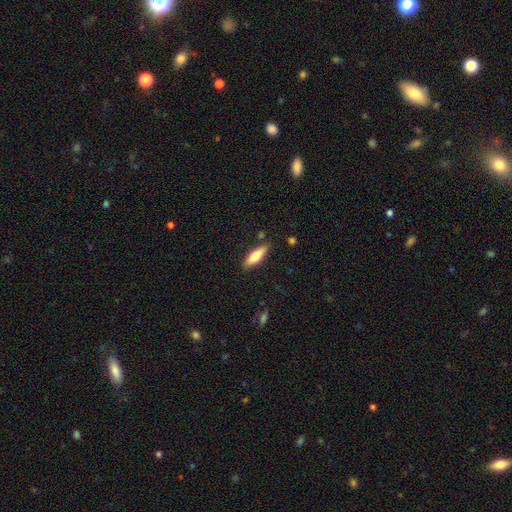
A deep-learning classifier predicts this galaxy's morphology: The model was most divided on "how rounded": in between: 50%, cigar-shaped: 48%, round: 2%. More confident: merging — none (84%); smooth or featured — smooth (69%).